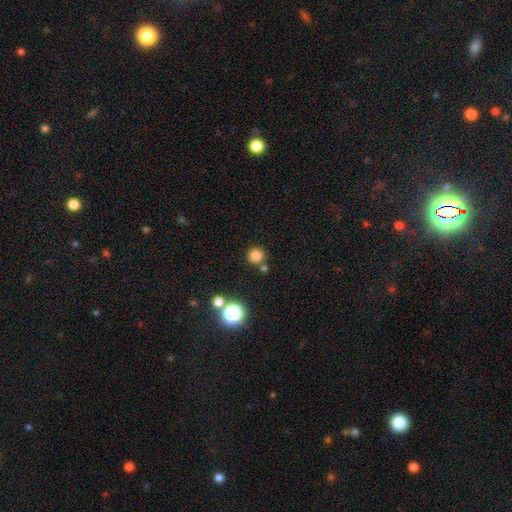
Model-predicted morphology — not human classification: A smooth galaxy with no disk features (80%) that is round (94%). Merging: none (80%).